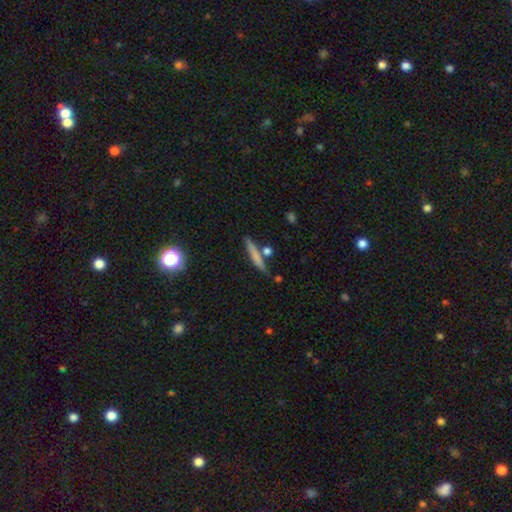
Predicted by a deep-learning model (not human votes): Smooth or featured? smooth (68%)
How rounded? cigar-shaped (91%)
Merging? none (74%)